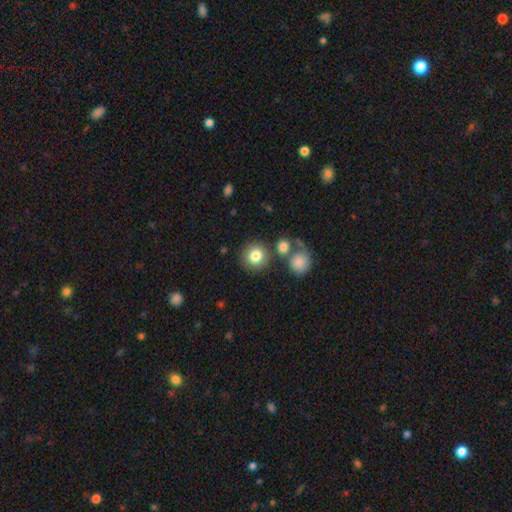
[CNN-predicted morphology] Smooth or featured: smooth — 81% (star or artifact — 10%)
How rounded: round — 91% (in between — 8%)
Merging: none — 76% (merger — 11%)